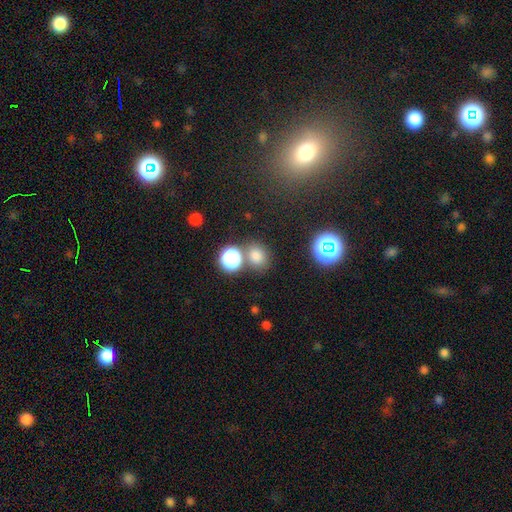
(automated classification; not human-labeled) Q: Smooth or featured?
A: smooth (75%); runner-up: star or artifact (19%)
Q: How rounded?
A: round (66%); runner-up: in between (33%)
Q: Merging?
A: none (68%); runner-up: merger (17%)